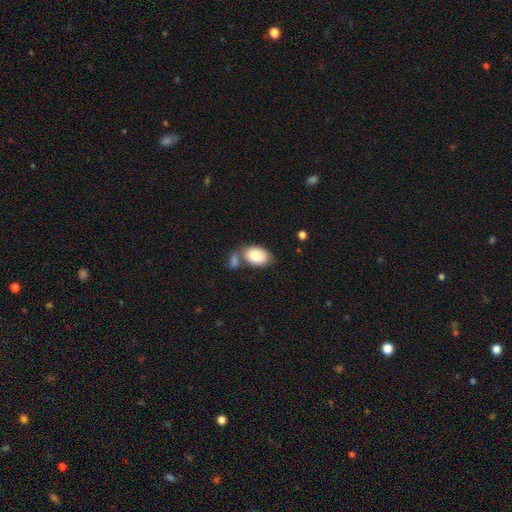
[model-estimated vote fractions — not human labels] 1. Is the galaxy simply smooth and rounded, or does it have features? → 85% smooth, 9% featured or disk, 6% star or artifact.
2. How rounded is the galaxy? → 89% in between, 10% round, 1% cigar-shaped.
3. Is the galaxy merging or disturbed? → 47% none, 31% merger, 16% minor disturbance, 6% major disturbance.